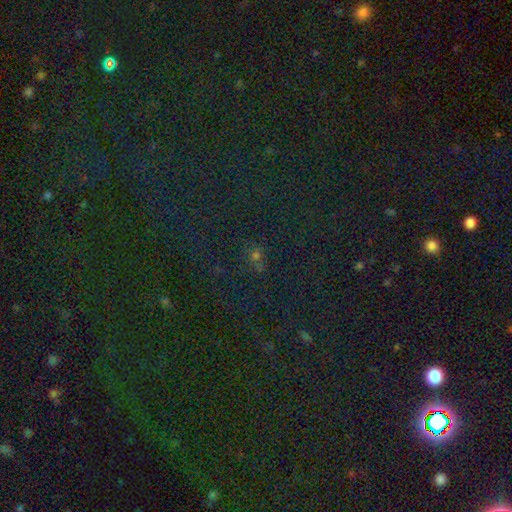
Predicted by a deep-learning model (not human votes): smooth_or_featured: star or artifact (p=0.51) [alt: smooth p=0.40]